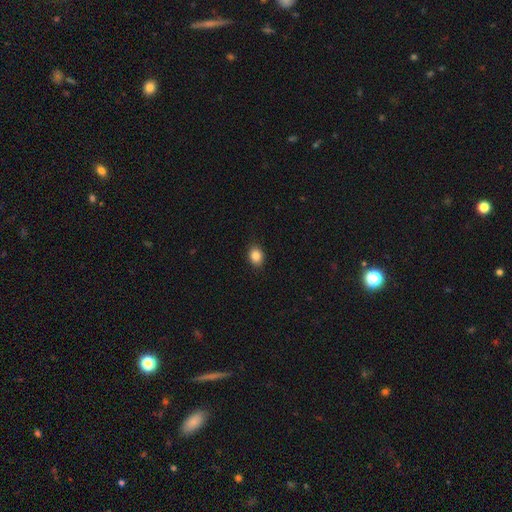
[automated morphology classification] smooth 86%, star or artifact 9%, featured or disk 5%. Down the decision tree: how rounded — in between (59%); merging — none (88%).